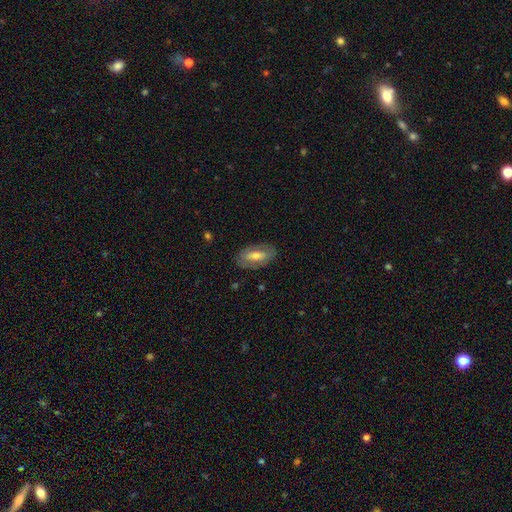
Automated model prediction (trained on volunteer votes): A smooth galaxy with no disk features (51%) that is in between round and cigar-shaped (88%). Merging: none (82%).